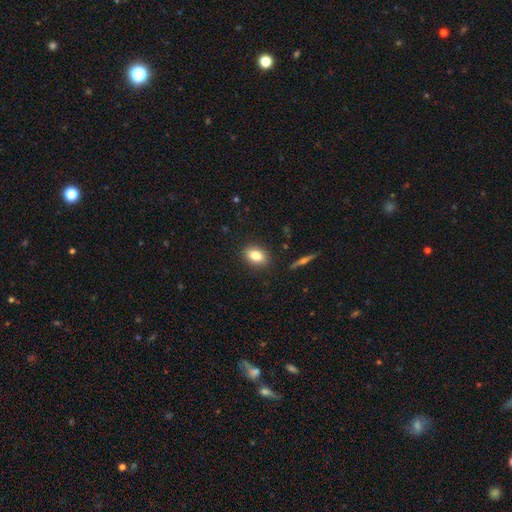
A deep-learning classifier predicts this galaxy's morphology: Smooth or featured: smooth — 81% (featured or disk — 11%)
How rounded: in between — 81% (round — 17%)
Merging: none — 87% (minor disturbance — 9%)